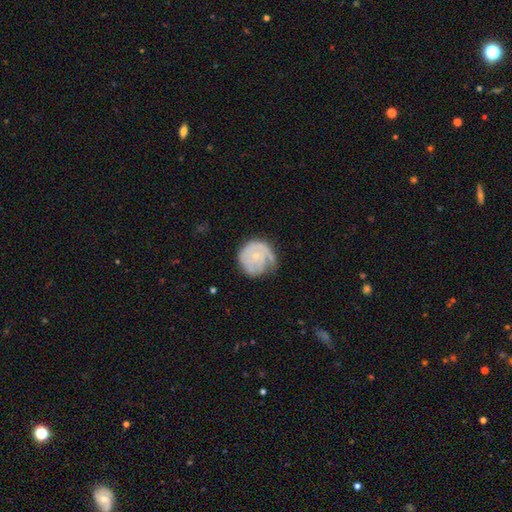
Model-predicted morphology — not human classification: A featured or disk galaxy (60%) with no bar (81%), spiral arms (79%) and a small central bulge (76%). Merging: none (51%).